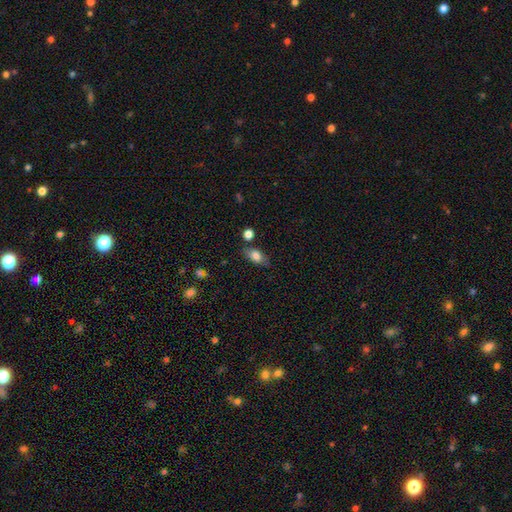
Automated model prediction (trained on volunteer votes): smooth-or-featured: smooth: 79% | featured or disk: 13% | star or artifact: 8%
  how-rounded: in between: 85% | round: 8% | cigar-shaped: 7%
  merging: none: 73% | minor disturbance: 17% | merger: 6% | major disturbance: 4%